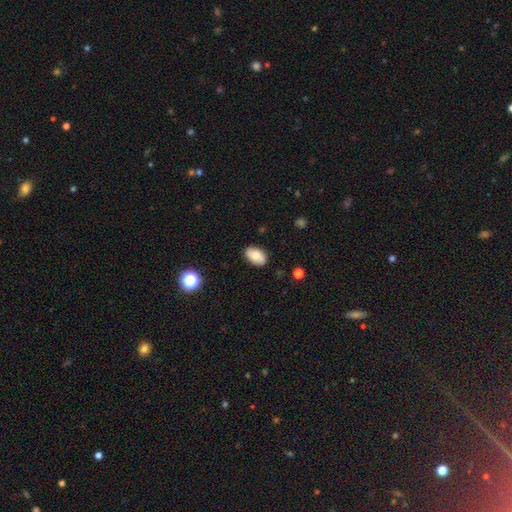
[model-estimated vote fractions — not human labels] Overall: smooth (80%). How rounded: in between (91%). Merging: none (84%).